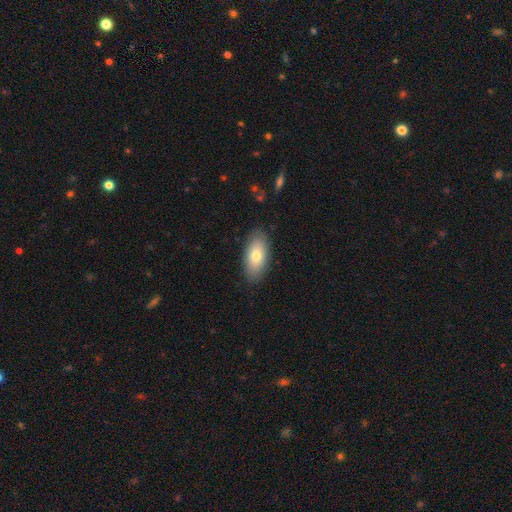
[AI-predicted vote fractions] This is likely a smooth galaxy (74%). How rounded: clearly in between (90%). Merging: clearly none (87%).